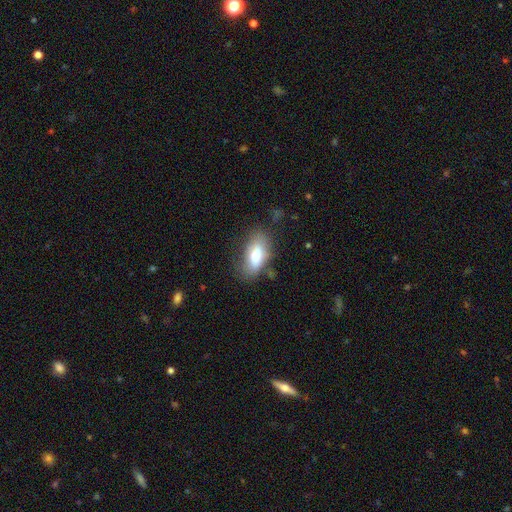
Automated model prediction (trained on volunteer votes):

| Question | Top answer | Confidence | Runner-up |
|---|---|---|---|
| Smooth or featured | smooth | 70% | featured or disk (22%) |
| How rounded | in between | 86% | cigar-shaped (10%) |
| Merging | none | 67% | minor disturbance (22%) |